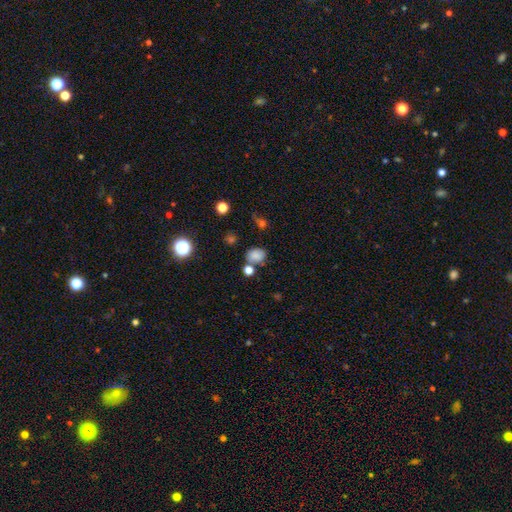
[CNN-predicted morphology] The model was most divided on "how rounded": in between: 53%, round: 46%, cigar-shaped: 1%. More confident: smooth or featured — smooth (80%); merging — none (68%).